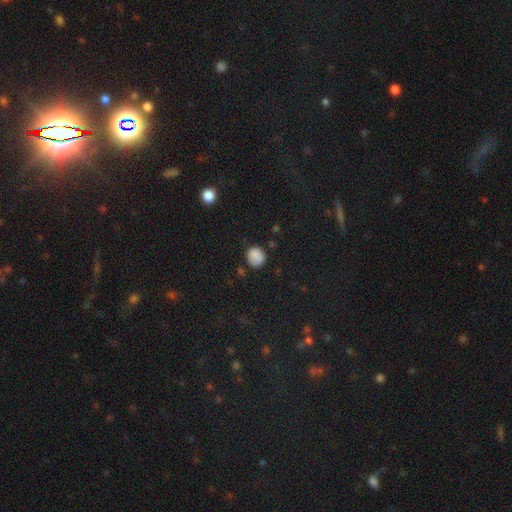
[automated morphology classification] Q: Smooth or featured?
A: smooth (85%); runner-up: star or artifact (10%)
Q: How rounded?
A: round (77%); runner-up: in between (22%)
Q: Merging?
A: none (72%); runner-up: minor disturbance (20%)